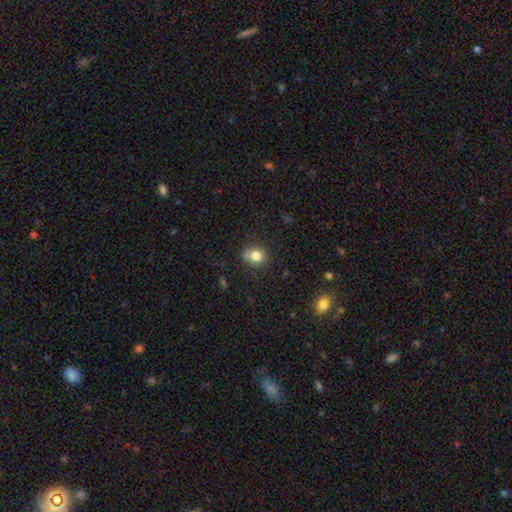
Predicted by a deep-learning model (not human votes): Smooth or featured? smooth (80%)
How rounded? round (75%)
Merging? none (70%)